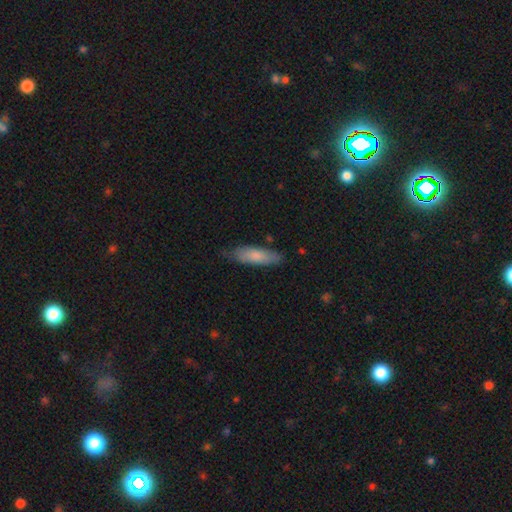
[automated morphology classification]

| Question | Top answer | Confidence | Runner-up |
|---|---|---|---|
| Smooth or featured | smooth | 78% | featured or disk (17%) |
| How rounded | cigar-shaped | 54% | in between (45%) |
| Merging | none | 74% | minor disturbance (21%) |